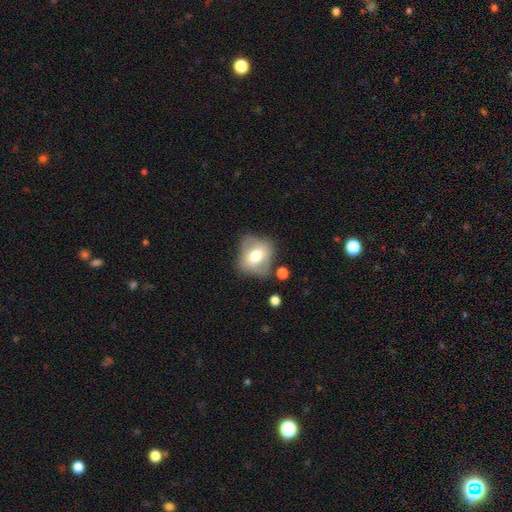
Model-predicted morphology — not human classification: smooth-or-featured: smooth: 55% | featured or disk: 37% | star or artifact: 8%
  how-rounded: in between: 54% | round: 44% | cigar-shaped: 2%
  merging: none: 53% | minor disturbance: 27% | major disturbance: 13% | merger: 6%